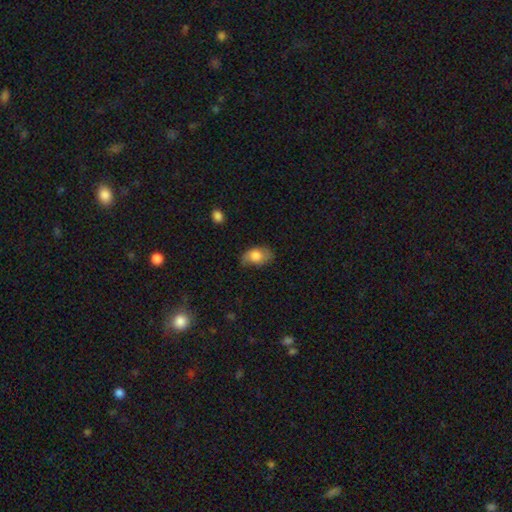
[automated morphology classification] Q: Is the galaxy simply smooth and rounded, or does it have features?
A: smooth — 70%.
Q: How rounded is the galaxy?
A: in between — 84%.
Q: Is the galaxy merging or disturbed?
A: none — 55%.